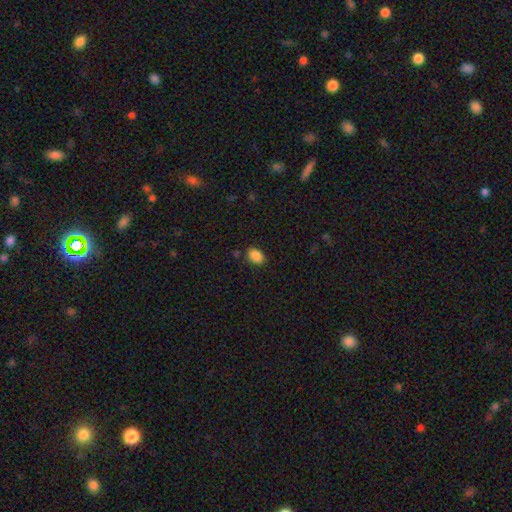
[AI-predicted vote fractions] This appears to be a smooth galaxy with no disk features (87%) that is in between round and cigar-shaped (79%). Merging: none (85%).